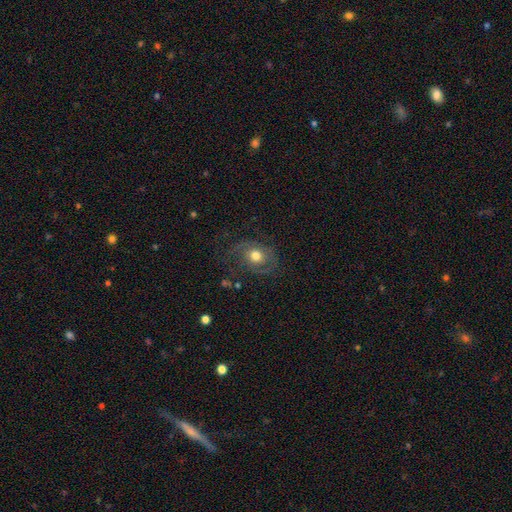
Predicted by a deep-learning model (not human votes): smooth-or-featured: featured or disk: 48% | smooth: 42% | star or artifact: 10%
  merging: none: 55% | minor disturbance: 22% | major disturbance: 21% | merger: 2%